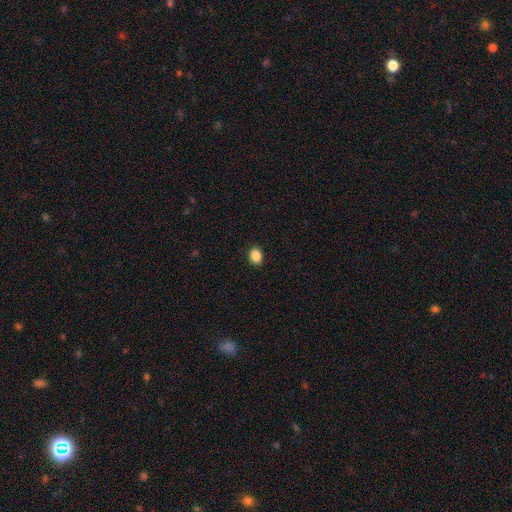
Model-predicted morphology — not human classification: A smooth galaxy with no disk features (88%) that is in between round and cigar-shaped (63%). Merging: none (90%).